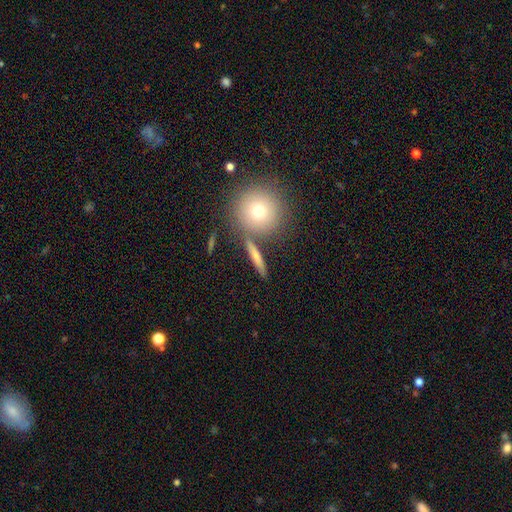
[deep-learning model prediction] Smooth or featured? Predicted: smooth (p=0.65). How rounded? Predicted: cigar-shaped (p=0.61). Merging? Predicted: none (p=0.77).